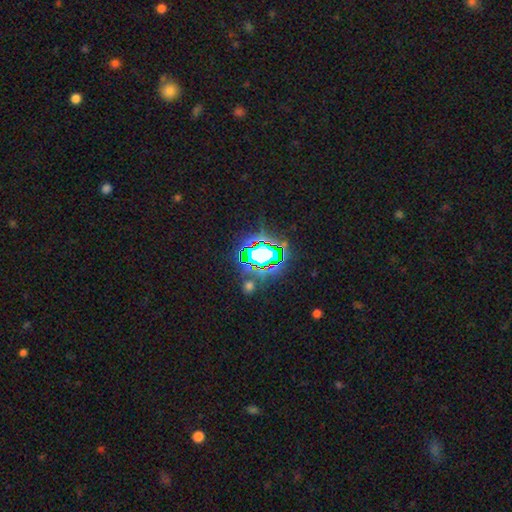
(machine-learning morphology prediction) The model was most divided on "smooth or featured": star or artifact: 72%, smooth: 17%, featured or disk: 12%.